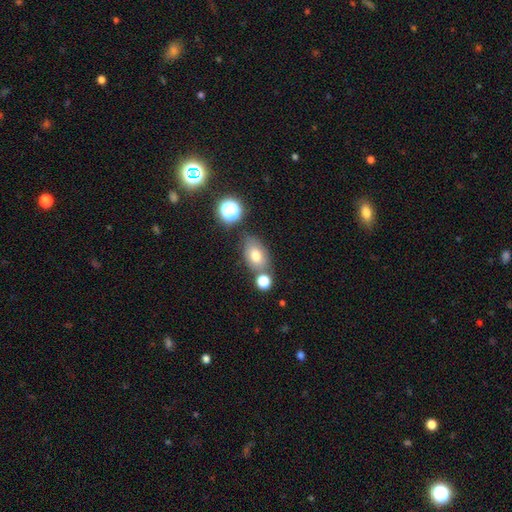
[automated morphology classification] smooth 73%, featured or disk 15%, star or artifact 13%. Down the decision tree: how rounded — in between (78%); merging — none (63%).